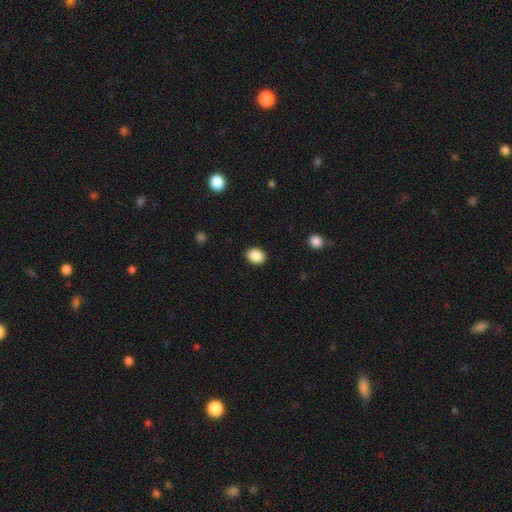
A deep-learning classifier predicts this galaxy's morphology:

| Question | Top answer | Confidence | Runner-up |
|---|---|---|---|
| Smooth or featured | smooth | 88% | star or artifact (9%) |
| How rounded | round | 58% | in between (41%) |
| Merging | none | 90% | minor disturbance (7%) |